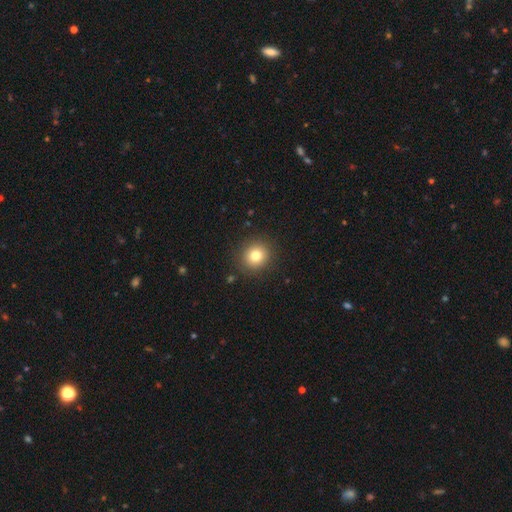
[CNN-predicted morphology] smooth_or_featured: smooth (p=0.80) [alt: star or artifact p=0.12]
how_rounded: round (p=0.89) [alt: in between p=0.11]
merging: none (p=0.90) [alt: minor disturbance p=0.07]